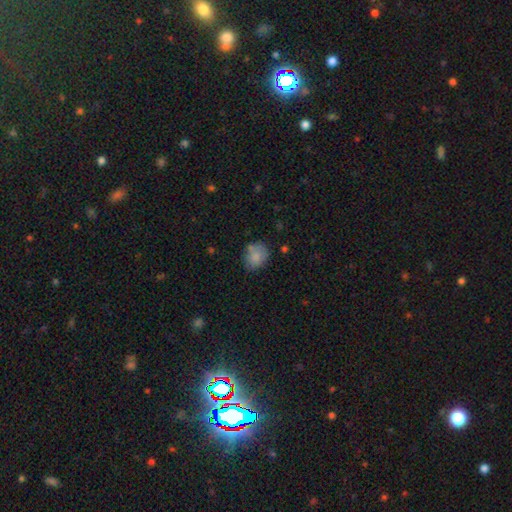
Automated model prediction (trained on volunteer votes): smooth-or-featured: smooth: 82% | featured or disk: 10% | star or artifact: 8%
  how-rounded: round: 51% | in between: 48% | cigar-shaped: 1%
  merging: none: 68% | minor disturbance: 19% | merger: 7% | major disturbance: 5%